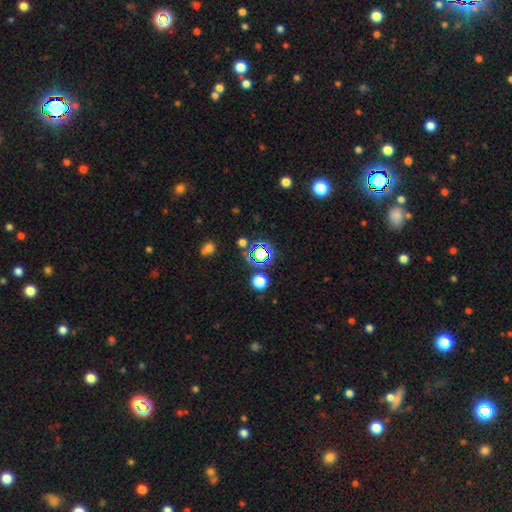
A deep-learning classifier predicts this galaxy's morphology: smooth_or_featured: star or artifact (p=0.67) [alt: smooth p=0.23]